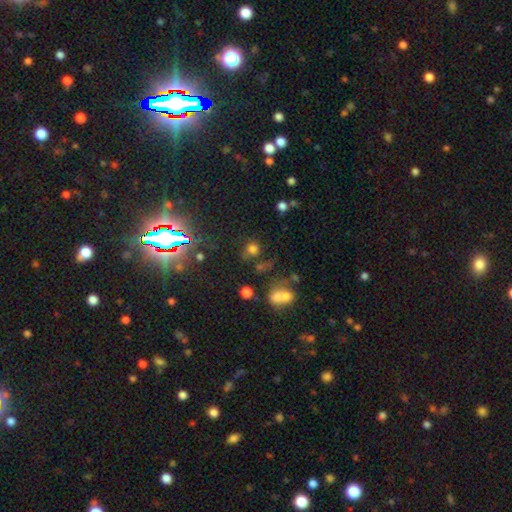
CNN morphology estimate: Smooth or featured? Predicted: star or artifact (p=0.77).